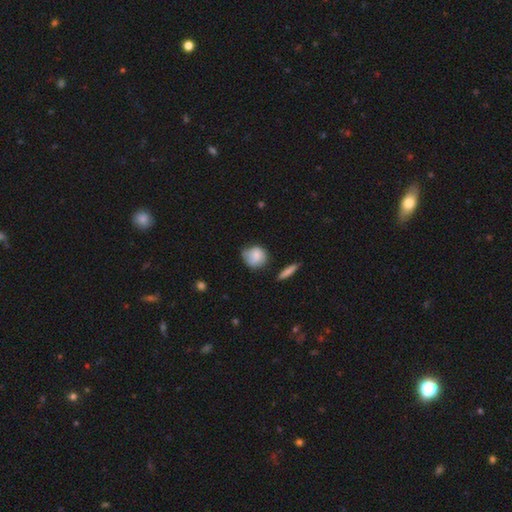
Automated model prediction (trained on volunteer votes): smooth_or_featured: smooth (p=0.73) [alt: featured or disk p=0.20]
how_rounded: round (p=0.79) [alt: in between p=0.19]
merging: none (p=0.60) [alt: minor disturbance p=0.30]